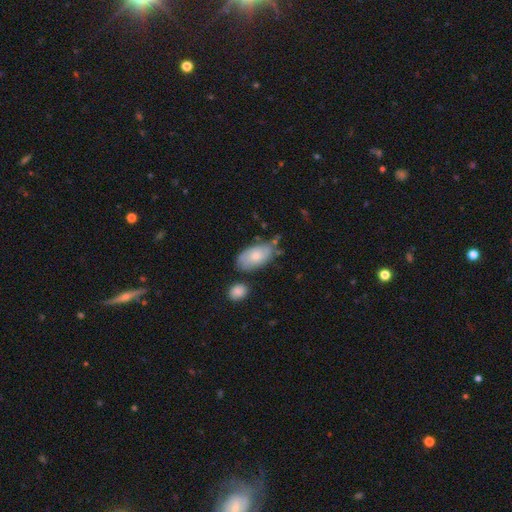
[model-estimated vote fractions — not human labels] Smooth or featured?
  - smooth: 75% *
  - featured or disk: 19%
  - star or artifact: 6%
How rounded?
  - in between: 94% *
  - round: 3%
  - cigar-shaped: 3%
Merging?
  - none: 63% *
  - minor disturbance: 24%
  - merger: 8%
  - major disturbance: 5%